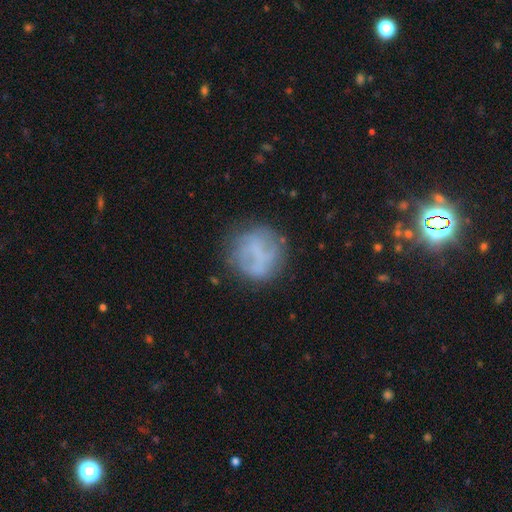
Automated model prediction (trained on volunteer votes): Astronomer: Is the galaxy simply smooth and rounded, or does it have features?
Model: smooth — 48% (runner-up: featured or disk, 40%).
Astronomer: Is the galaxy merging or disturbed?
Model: none — 71%.